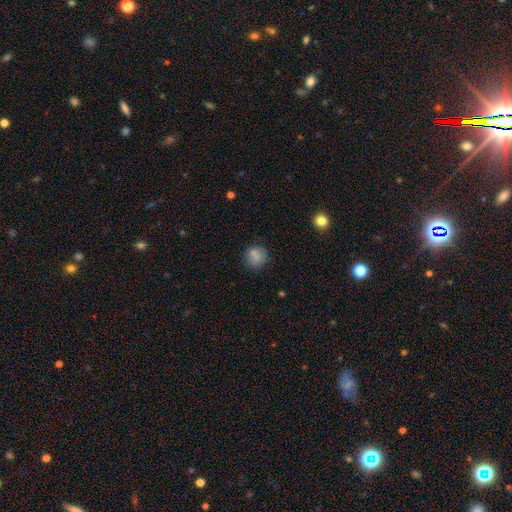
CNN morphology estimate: type=smooth (78%); roundness=round (86%); merging=none (68%).